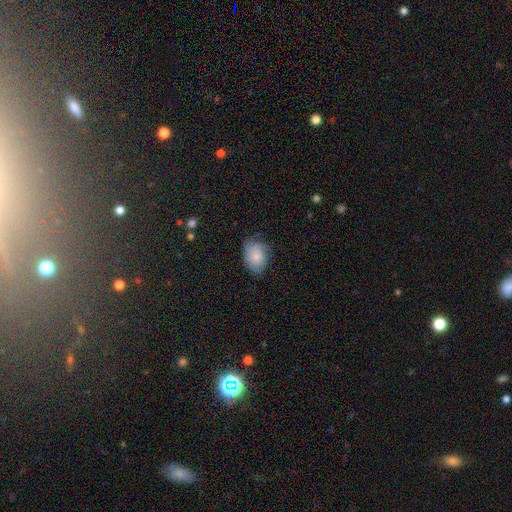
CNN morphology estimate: Smooth or featured: smooth — 81% (featured or disk — 12%)
How rounded: in between — 73% (round — 26%)
Merging: none — 62% (minor disturbance — 29%)